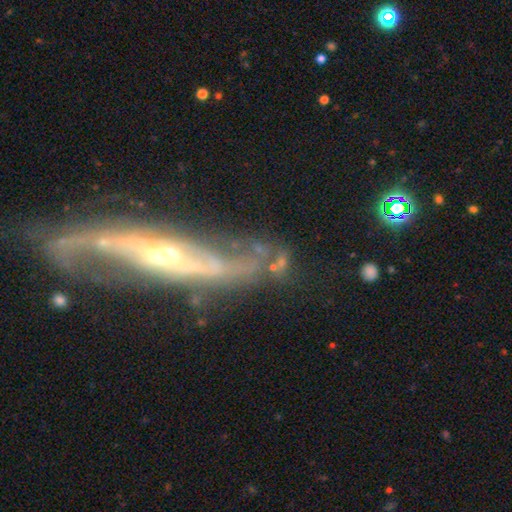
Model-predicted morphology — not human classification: smooth-or-featured: featured or disk: 60% | smooth: 24% | star or artifact: 16%
  disk-edge-on: no: 64% | yes: 36%
  merging: none: 39% | major disturbance: 32% | minor disturbance: 18% | merger: 12%